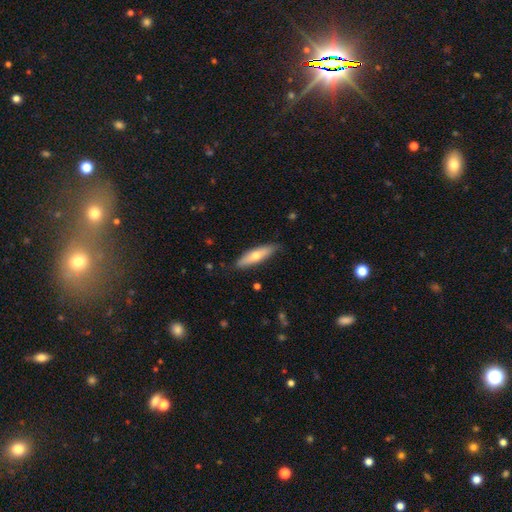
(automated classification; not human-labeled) Overall: smooth (60%; featured or disk 35%). How rounded: cigar-shaped (61%; in between 37%). Merging: none (85%).